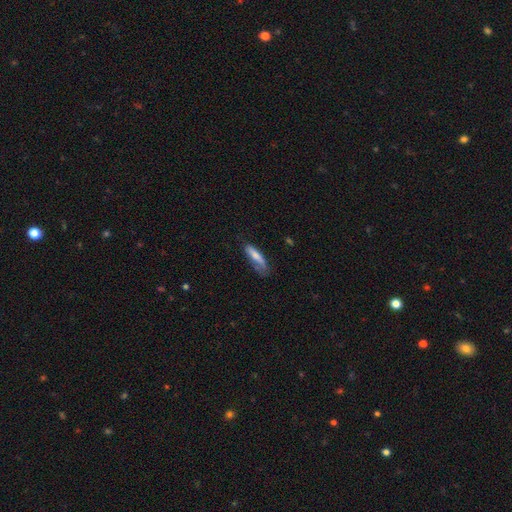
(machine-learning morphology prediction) Smooth or featured: smooth — 75% (featured or disk — 19%)
How rounded: cigar-shaped — 66% (in between — 32%)
Merging: none — 48% (minor disturbance — 32%)